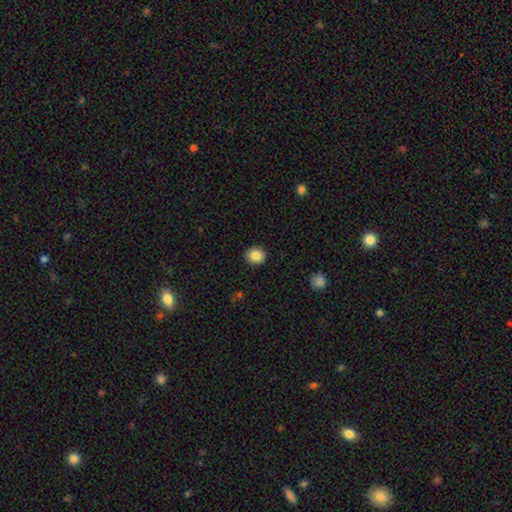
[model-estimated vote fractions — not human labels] Morphology: type=smooth (86%); roundness=round (88%); merging=none (92%).